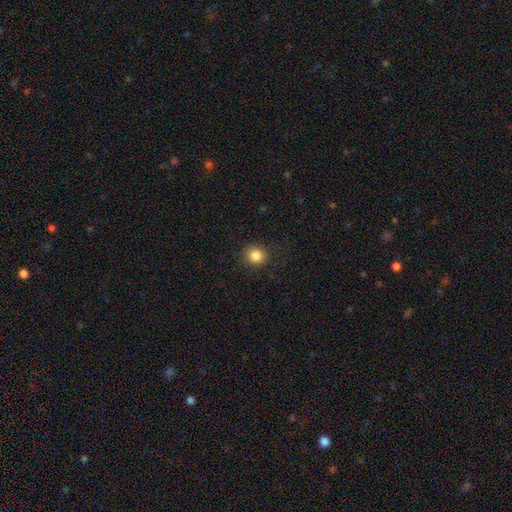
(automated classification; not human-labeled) smooth 85%, star or artifact 11%, featured or disk 4%. Down the decision tree: how rounded — round (88%); merging — none (89%).